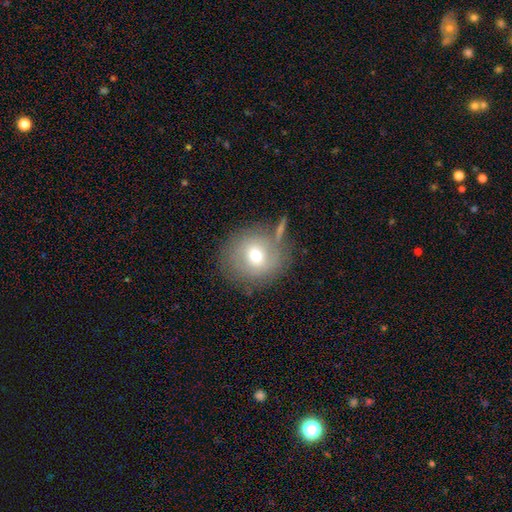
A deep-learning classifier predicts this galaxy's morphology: This is likely a smooth galaxy (64%). How rounded: clearly round (89%). Merging: likely none (71%).